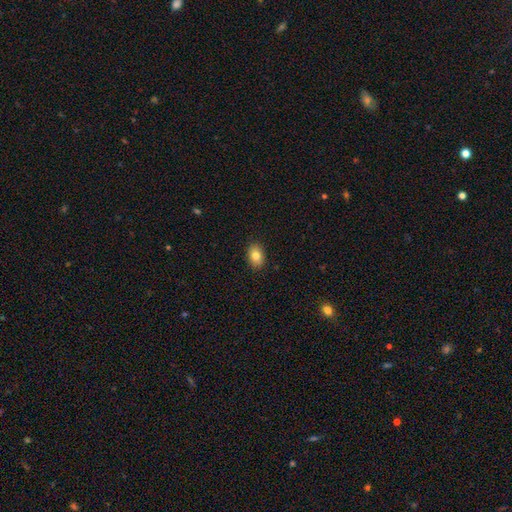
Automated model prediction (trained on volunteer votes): Q: Smooth or featured?
A: smooth (82%); runner-up: featured or disk (10%)
Q: How rounded?
A: in between (82%); runner-up: round (17%)
Q: Merging?
A: none (90%); runner-up: minor disturbance (8%)